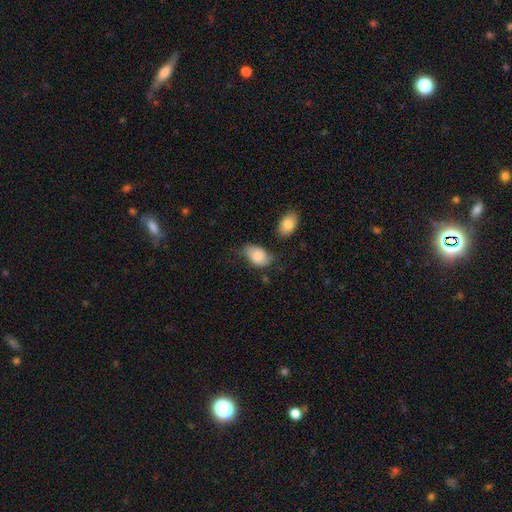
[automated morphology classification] Smooth or featured? Predicted: smooth (p=0.77). How rounded? Predicted: in between (p=0.90). Merging? Predicted: none (p=0.50).